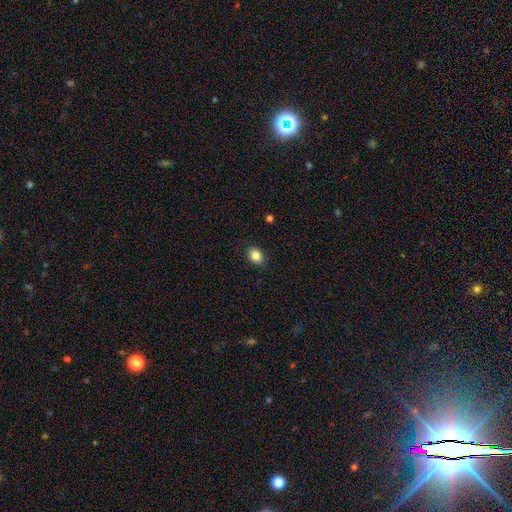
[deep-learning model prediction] smooth_or_featured: smooth (p=0.85) [alt: star or artifact p=0.09]
how_rounded: in between (p=0.65) [alt: round p=0.34]
merging: none (p=0.88) [alt: minor disturbance p=0.09]